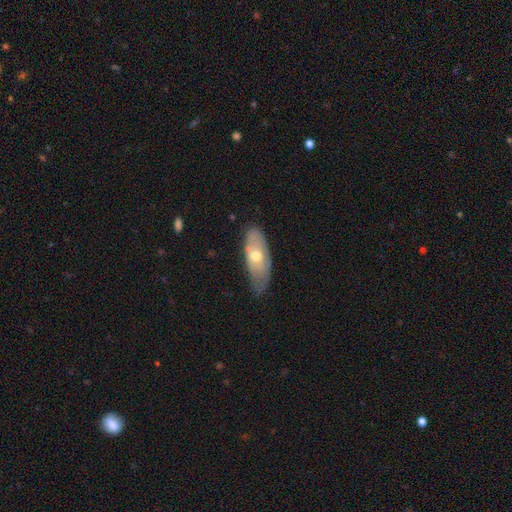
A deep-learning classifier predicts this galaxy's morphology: This appears to be a smooth galaxy with no disk features (48%). Merging: none (56%).